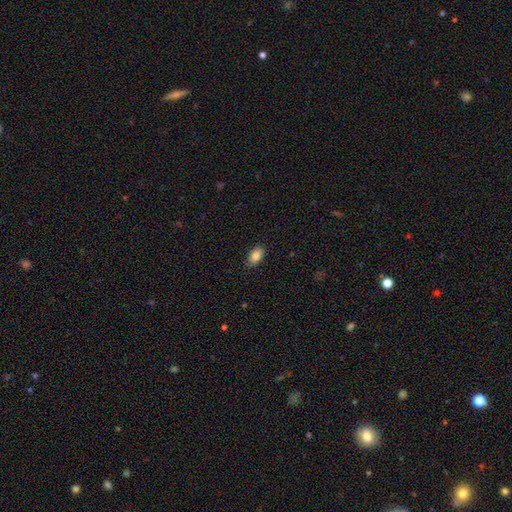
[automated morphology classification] Smooth or featured? smooth (87%)
How rounded? in between (91%)
Merging? none (86%)